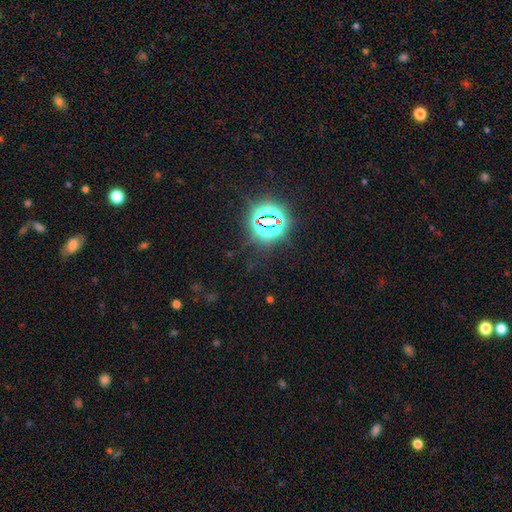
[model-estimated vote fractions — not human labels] Smooth or featured? star or artifact (80%)